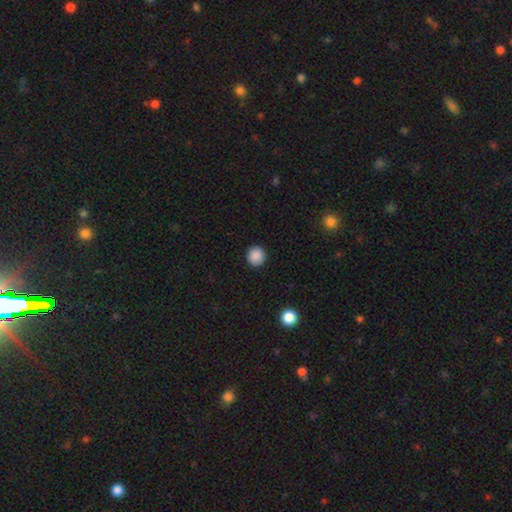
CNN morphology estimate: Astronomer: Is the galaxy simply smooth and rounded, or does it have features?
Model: smooth — 88%.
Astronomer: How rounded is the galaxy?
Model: round — 93%.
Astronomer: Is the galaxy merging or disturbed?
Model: none — 92%.